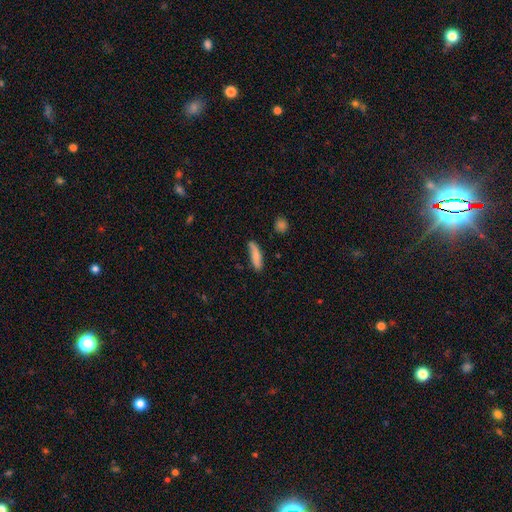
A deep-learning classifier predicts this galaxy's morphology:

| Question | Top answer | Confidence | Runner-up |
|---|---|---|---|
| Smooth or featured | smooth | 80% | featured or disk (13%) |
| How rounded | cigar-shaped | 70% | in between (28%) |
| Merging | none | 64% | minor disturbance (25%) |